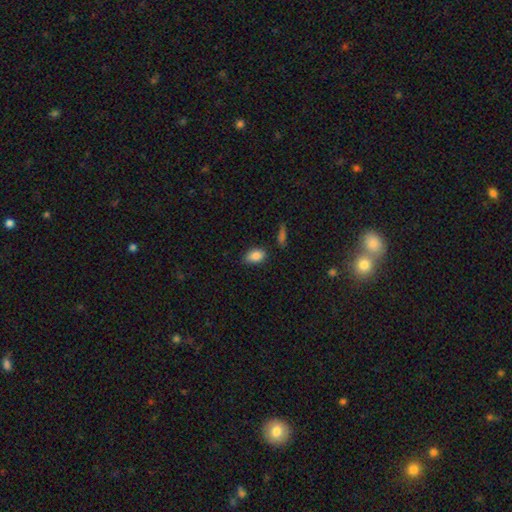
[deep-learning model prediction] smooth_or_featured: smooth (p=0.86) [alt: star or artifact p=0.08]
how_rounded: in between (p=0.88) [alt: round p=0.10]
merging: none (p=0.77) [alt: minor disturbance p=0.17]